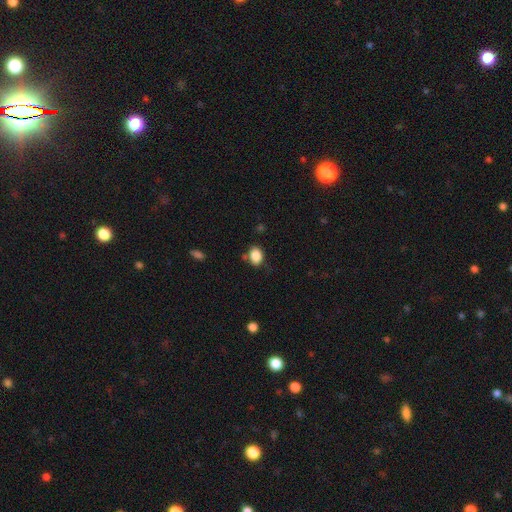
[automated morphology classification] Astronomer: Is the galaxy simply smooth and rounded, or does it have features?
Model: smooth — 86%.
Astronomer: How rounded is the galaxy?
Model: in between — 65%.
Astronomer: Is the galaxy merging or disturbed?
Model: none — 72%.